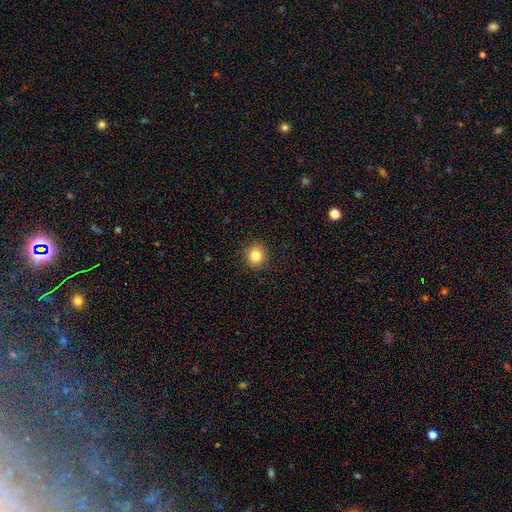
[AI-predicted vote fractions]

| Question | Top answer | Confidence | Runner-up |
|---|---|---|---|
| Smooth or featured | smooth | 83% | star or artifact (11%) |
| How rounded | round | 84% | in between (15%) |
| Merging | none | 90% | minor disturbance (7%) |